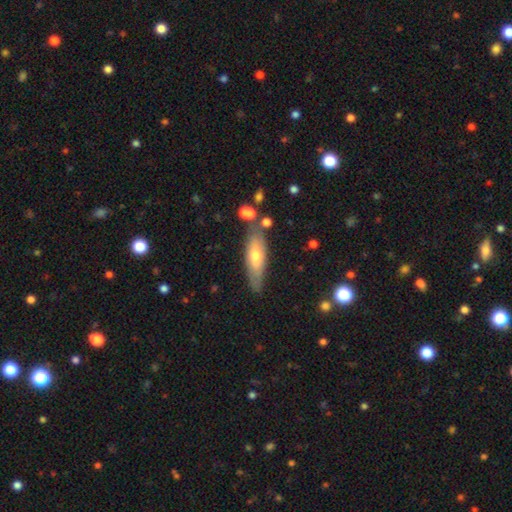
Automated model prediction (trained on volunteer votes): Smooth or featured? Predicted: smooth (p=0.55). How rounded? Predicted: cigar-shaped (p=0.55). Merging? Predicted: none (p=0.72).